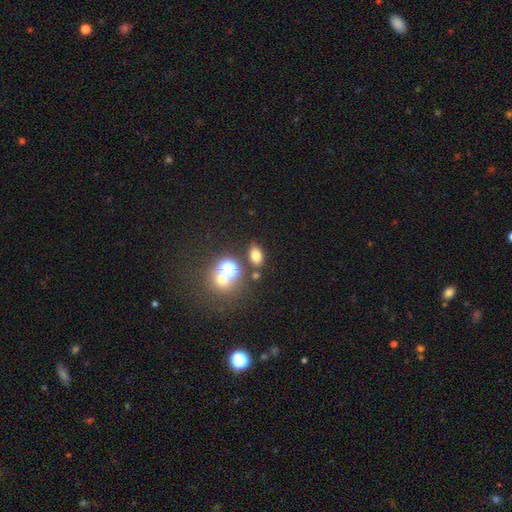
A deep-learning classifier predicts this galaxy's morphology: Smooth or featured: smooth — 72% (star or artifact — 19%)
How rounded: in between — 77% (round — 21%)
Merging: none — 79% (minor disturbance — 10%)